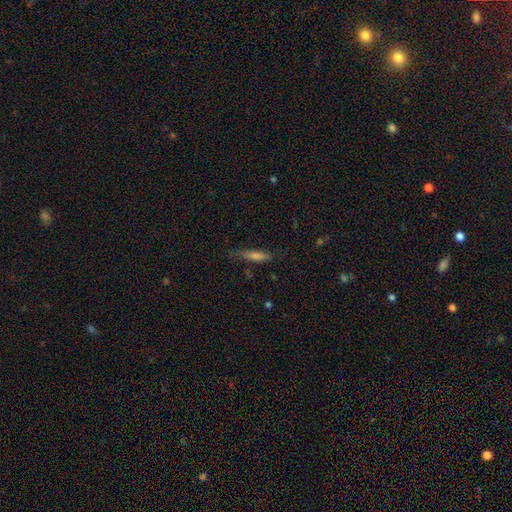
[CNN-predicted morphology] smooth_or_featured: smooth (p=0.60) [alt: featured or disk p=0.29]
how_rounded: cigar-shaped (p=0.83) [alt: in between p=0.15]
merging: none (p=0.75) [alt: minor disturbance p=0.18]